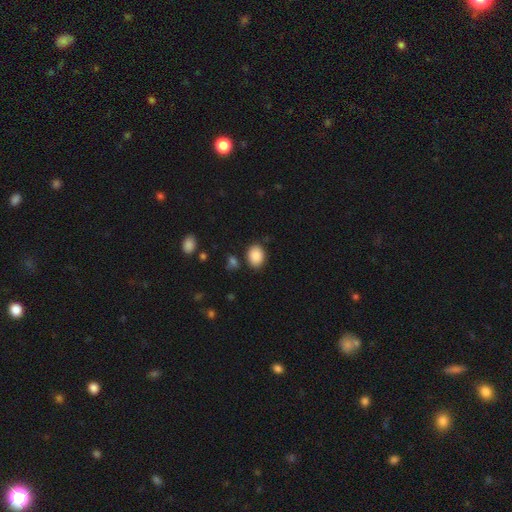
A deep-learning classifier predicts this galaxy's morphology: Overall: smooth (89%). How rounded: in between (67%; round 32%). Merging: none (83%).